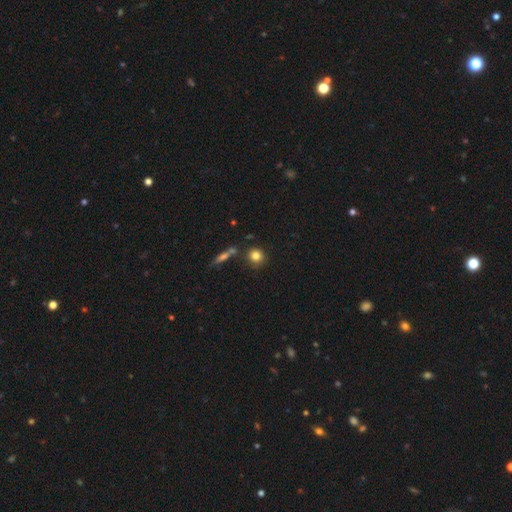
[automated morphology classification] Smooth or featured: smooth — 81% (star or artifact — 11%)
How rounded: round — 87% (in between — 11%)
Merging: none — 77% (minor disturbance — 11%)